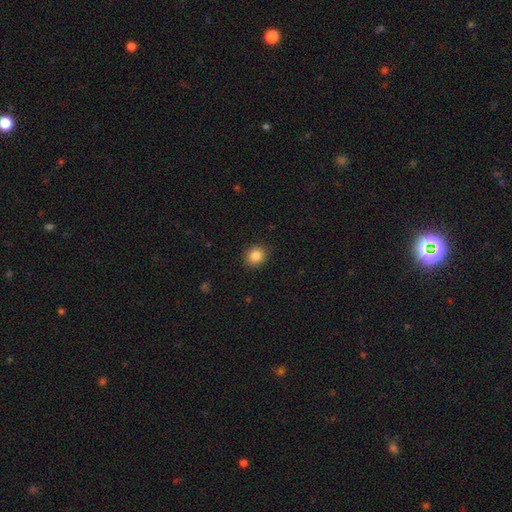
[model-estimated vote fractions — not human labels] Q: Smooth or featured?
A: smooth (85%); runner-up: star or artifact (10%)
Q: How rounded?
A: round (82%); runner-up: in between (17%)
Q: Merging?
A: none (90%); runner-up: minor disturbance (7%)